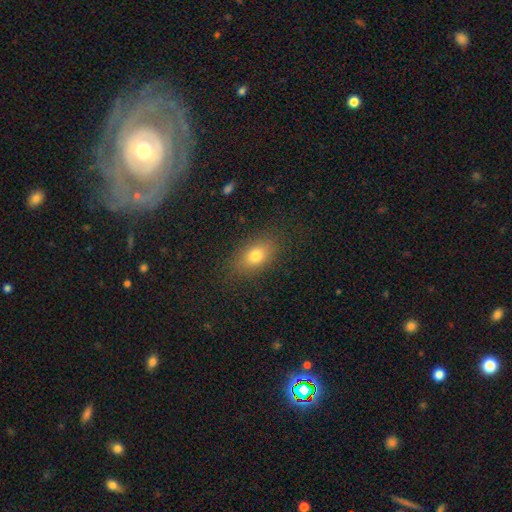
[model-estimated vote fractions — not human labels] This appears to be a smooth galaxy with no disk features (77%) that is in between round and cigar-shaped (82%). Merging: none (84%).